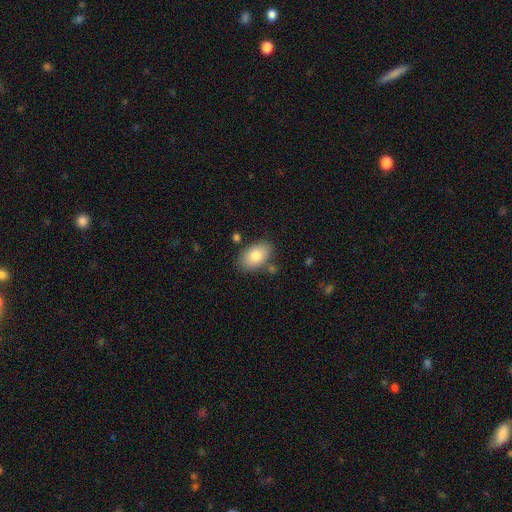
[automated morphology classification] Smooth or featured? Predicted: smooth (p=0.81). How rounded? Predicted: in between (p=0.92). Merging? Predicted: none (p=0.80).